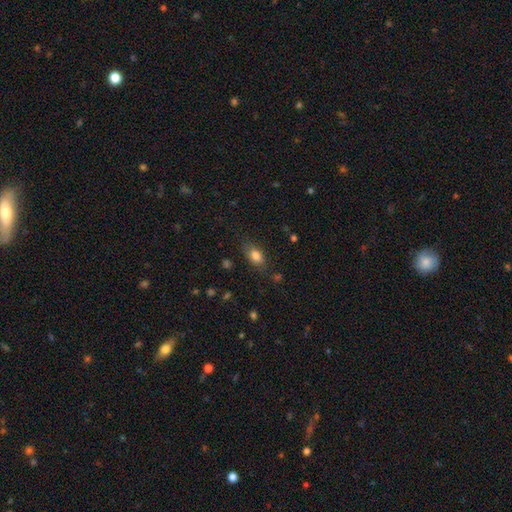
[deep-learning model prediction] smooth-or-featured: smooth: 81% | featured or disk: 10% | star or artifact: 9%
  how-rounded: in between: 85% | round: 10% | cigar-shaped: 5%
  merging: none: 74% | minor disturbance: 18% | major disturbance: 6% | merger: 2%